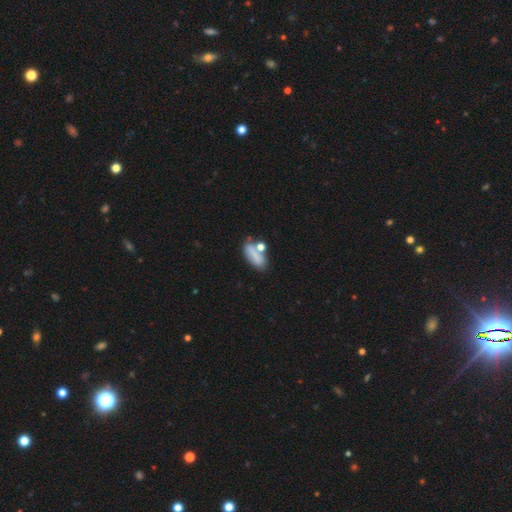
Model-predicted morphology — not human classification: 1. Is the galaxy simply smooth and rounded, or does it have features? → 72% smooth, 18% featured or disk, 10% star or artifact.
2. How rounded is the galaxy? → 68% in between, 25% cigar-shaped, 7% round.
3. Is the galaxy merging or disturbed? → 51% none, 22% merger, 19% minor disturbance, 9% major disturbance.